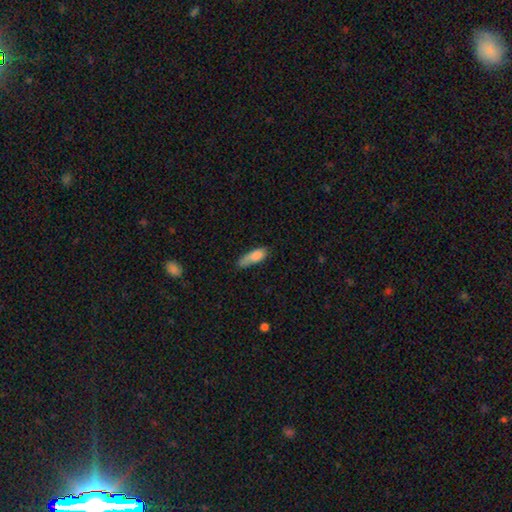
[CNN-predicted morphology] type=smooth (81%); roundness=in between (60%); merging=none (45%).